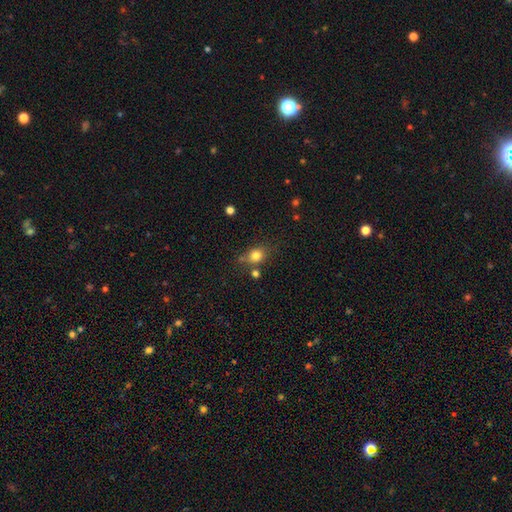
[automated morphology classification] Smooth or featured? Predicted: smooth (p=0.80). How rounded? Predicted: round (p=0.60). Merging? Predicted: none (p=0.67).